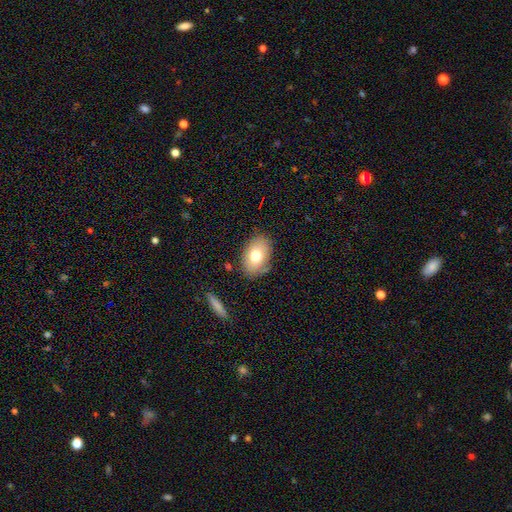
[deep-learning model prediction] Overall: smooth (72%). How rounded: in between (85%). Merging: none (79%).